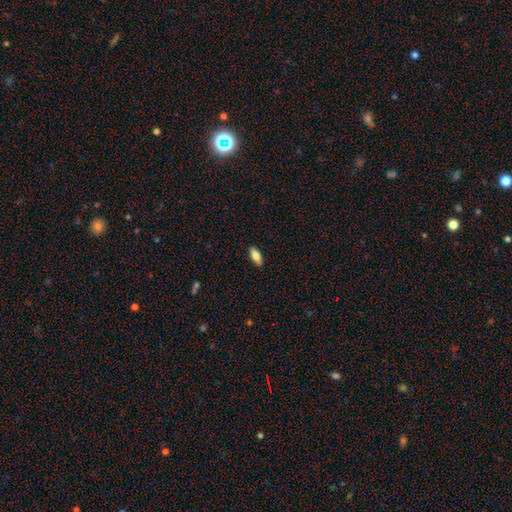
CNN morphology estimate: Smooth or featured? Predicted: smooth (p=0.76). How rounded? Predicted: in between (p=0.79). Merging? Predicted: none (p=0.89).